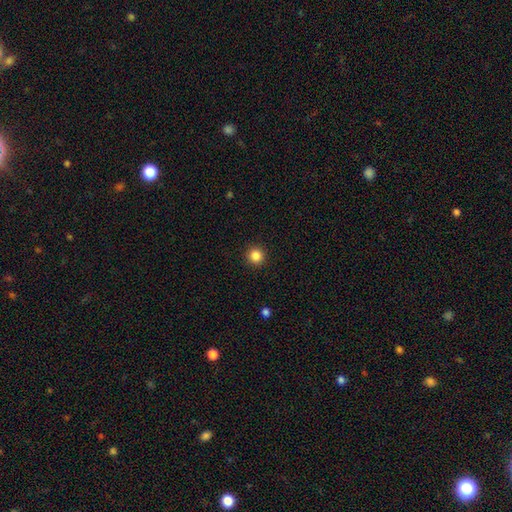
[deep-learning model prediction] Q: Smooth or featured?
A: smooth (85%); runner-up: star or artifact (11%)
Q: How rounded?
A: round (96%); runner-up: in between (4%)
Q: Merging?
A: none (93%); runner-up: minor disturbance (4%)